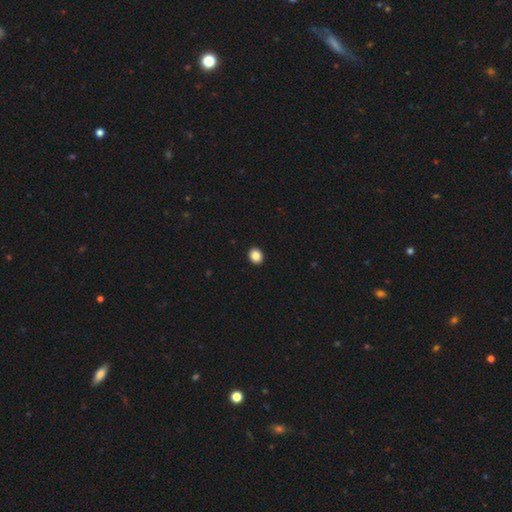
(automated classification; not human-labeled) smooth-or-featured: smooth: 87% | star or artifact: 10% | featured or disk: 4%
  how-rounded: round: 66% | in between: 33% | cigar-shaped: 1%
  merging: none: 93% | minor disturbance: 5% | major disturbance: 1% | merger: 1%